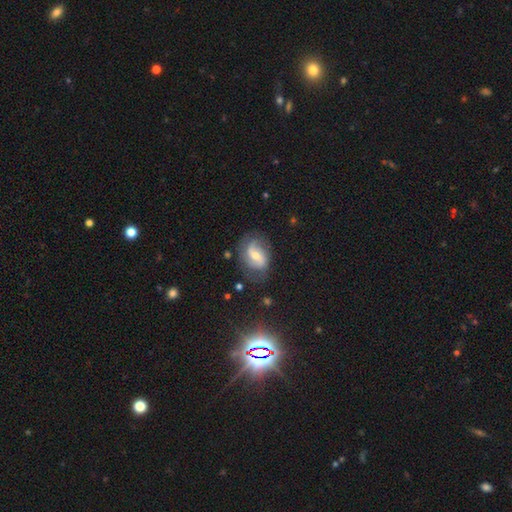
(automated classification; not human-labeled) Smooth or featured?
  - featured or disk: 71% *
  - smooth: 22%
  - star or artifact: 7%
Edge-on disk?
  - no: 97% *
  - yes: 3%
Bar?
  - weak: 44% *
  - no: 36%
  - strong: 20%
Spiral arms?
  - yes: 88% *
  - no: 12%
Spiral winding?
  - loose: 44% *
  - medium: 38%
  - tight: 18%
Spiral arm count?
  - 2: 82% *
  - can't tell: 9%
  - 1: 5%
  - 3: 2%
  - 4: 1%
  - more than 4: 1%
Bulge size?
  - moderate: 57% *
  - small: 38%
  - large: 3%
  - none: 1%
  - dominant: 1%
Merging?
  - none: 70% *
  - minor disturbance: 19%
  - major disturbance: 8%
  - merger: 2%